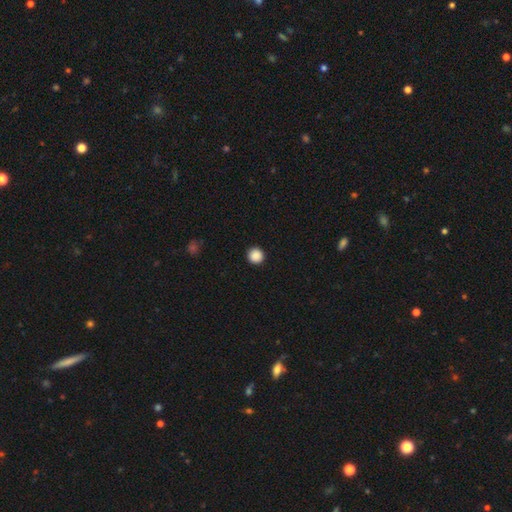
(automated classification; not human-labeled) smooth_or_featured: smooth (p=0.89) [alt: star or artifact p=0.09]
how_rounded: round (p=0.96) [alt: in between p=0.03]
merging: none (p=0.93) [alt: minor disturbance p=0.04]